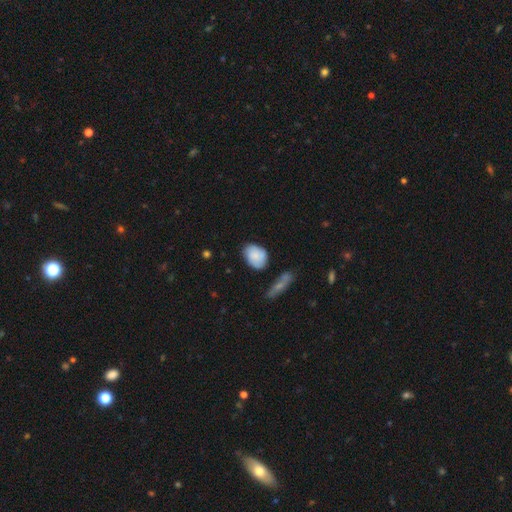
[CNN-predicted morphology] Smooth or featured?
  - smooth: 75% *
  - featured or disk: 17%
  - star or artifact: 7%
How rounded?
  - in between: 77% *
  - round: 22%
  - cigar-shaped: 2%
Merging?
  - none: 65% *
  - minor disturbance: 25%
  - merger: 5%
  - major disturbance: 5%